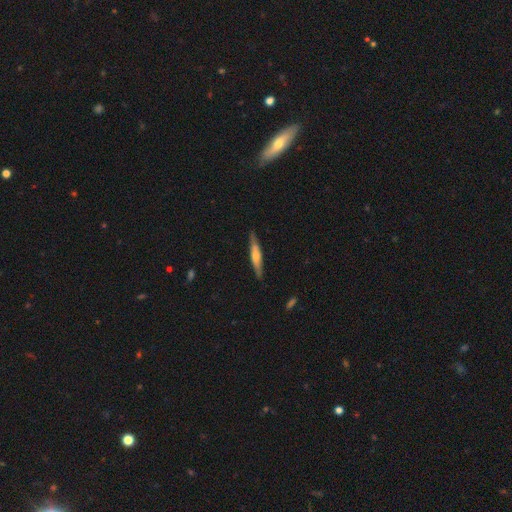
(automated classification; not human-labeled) The model was most divided on "smooth or featured": featured or disk: 50%, smooth: 45%, star or artifact: 5%. More confident: merging — none (86%).